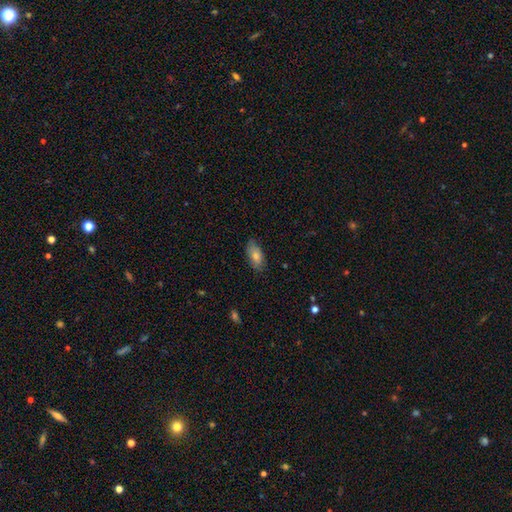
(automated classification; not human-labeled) smooth-or-featured: smooth: 66% | featured or disk: 23% | star or artifact: 11%
  how-rounded: in between: 84% | cigar-shaped: 11% | round: 5%
  merging: none: 81% | minor disturbance: 15% | major disturbance: 3% | merger: 1%